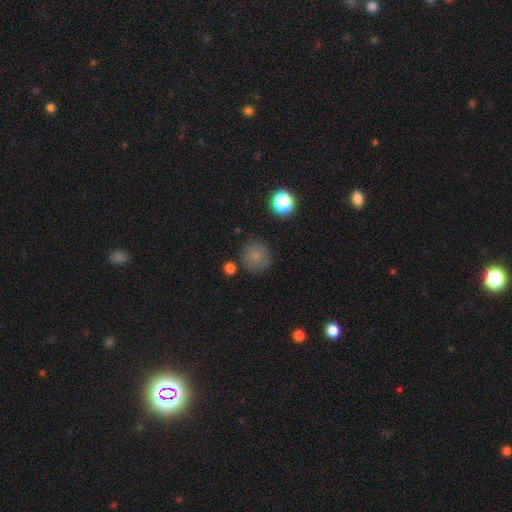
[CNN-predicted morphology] smooth-or-featured: smooth: 78% | star or artifact: 14% | featured or disk: 8%
  how-rounded: round: 92% | in between: 7% | cigar-shaped: 1%
  merging: none: 80% | minor disturbance: 12% | merger: 4% | major disturbance: 4%